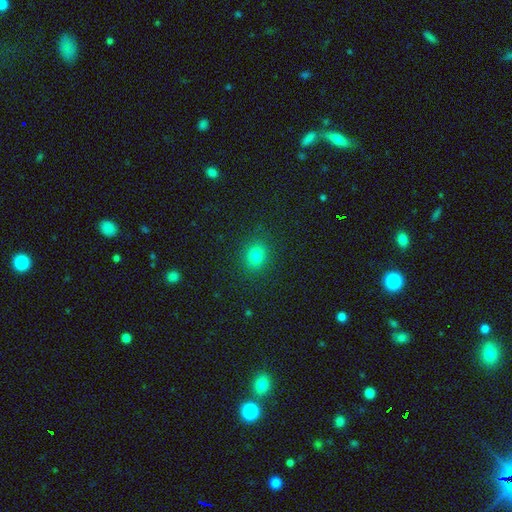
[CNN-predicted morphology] This is clearly a smooth galaxy (81%). How rounded: possibly round (59%). Merging: clearly none (88%).